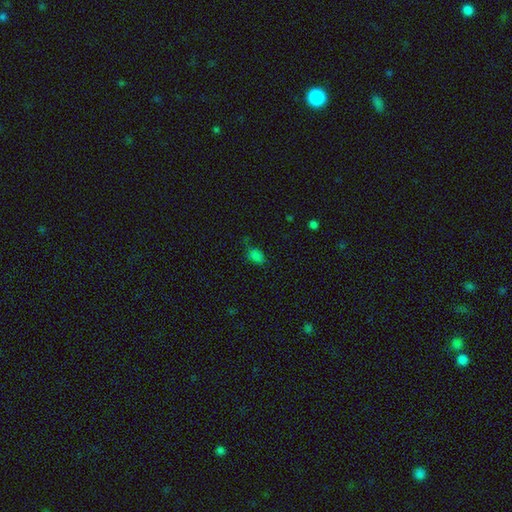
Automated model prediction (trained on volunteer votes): A smooth galaxy with no disk features (74%) that is in between round and cigar-shaped (81%). Merging: none (60%).